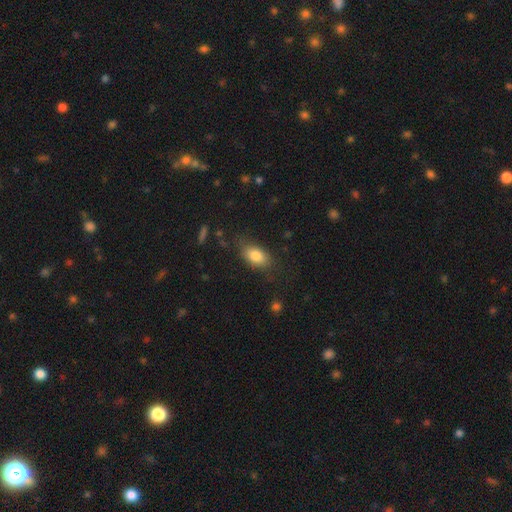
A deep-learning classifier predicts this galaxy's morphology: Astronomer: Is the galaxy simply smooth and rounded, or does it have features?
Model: smooth — 82%.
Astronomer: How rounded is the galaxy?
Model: in between — 87%.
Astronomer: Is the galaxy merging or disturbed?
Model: none — 71%.